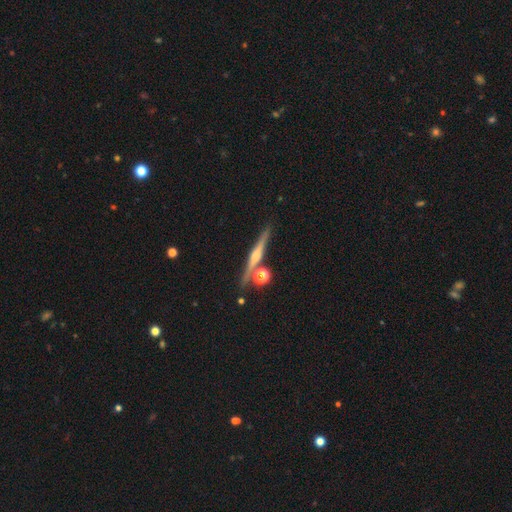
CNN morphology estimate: smooth-or-featured: featured or disk: 70% | smooth: 20% | star or artifact: 11%
  disk-edge-on: yes: 94% | no: 6%
    edge-on-bulge: rounded: 81% | none: 12% | boxy: 7%
  merging: none: 74% | merger: 11% | minor disturbance: 10% | major disturbance: 4%